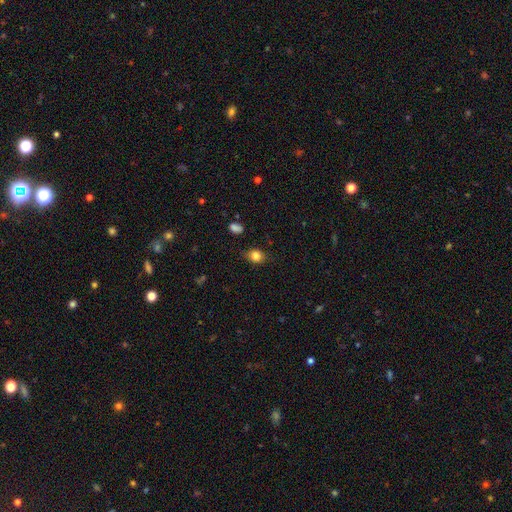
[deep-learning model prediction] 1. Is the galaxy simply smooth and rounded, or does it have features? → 82% smooth, 10% star or artifact, 8% featured or disk.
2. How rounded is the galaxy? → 53% in between, 45% round, 2% cigar-shaped.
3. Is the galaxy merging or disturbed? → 77% none, 18% minor disturbance, 4% major disturbance, 1% merger.